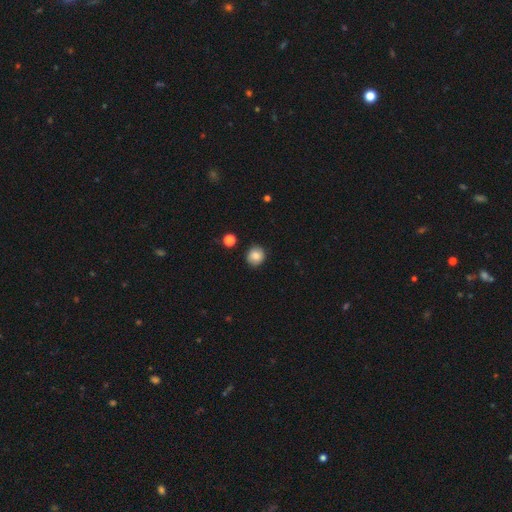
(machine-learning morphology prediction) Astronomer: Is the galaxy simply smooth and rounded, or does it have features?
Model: smooth — 84%.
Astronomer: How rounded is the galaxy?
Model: round — 86%.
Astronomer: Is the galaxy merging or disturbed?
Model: none — 87%.